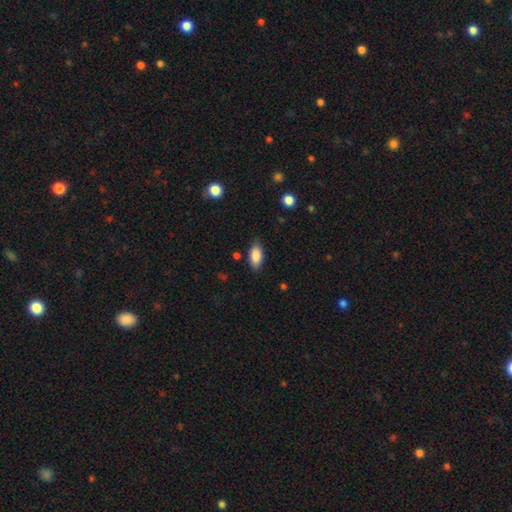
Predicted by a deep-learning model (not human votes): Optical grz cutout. It shows a smooth galaxy with no disk features (87%) that is in between round and cigar-shaped (90%). Merging: none (82%).